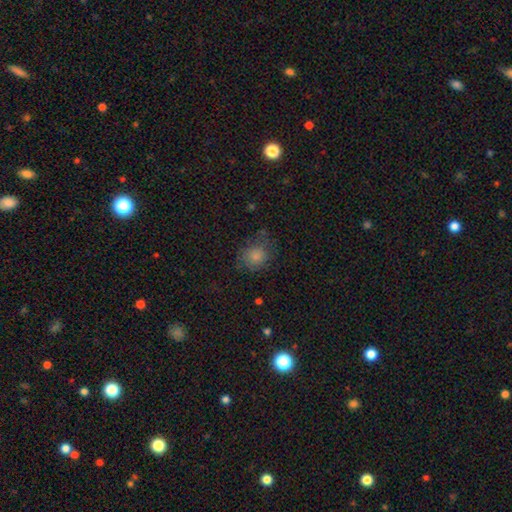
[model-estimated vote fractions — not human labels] smooth 80%, star or artifact 10%, featured or disk 10%. Down the decision tree: how rounded — round (75%); merging — none (59%).